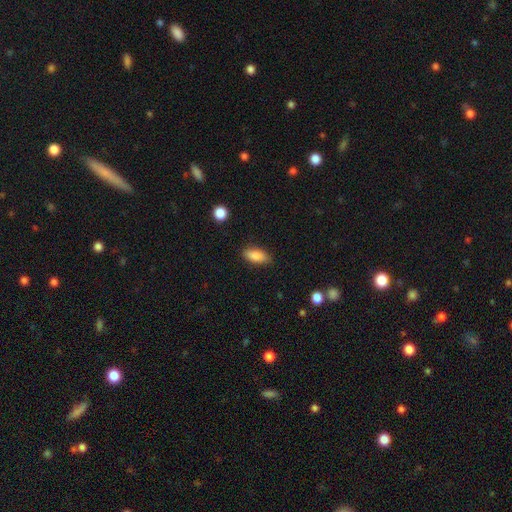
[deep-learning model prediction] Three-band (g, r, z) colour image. It shows a smooth galaxy with no disk features (87%) that is in between round and cigar-shaped (84%). Merging: none (83%).